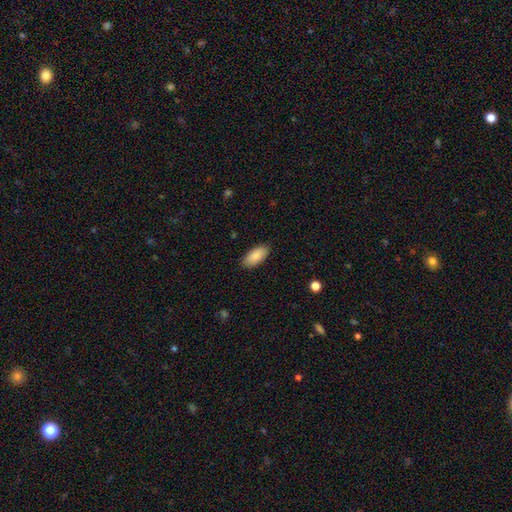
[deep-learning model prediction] Overall: smooth (87%). How rounded: in between (92%). Merging: none (88%).